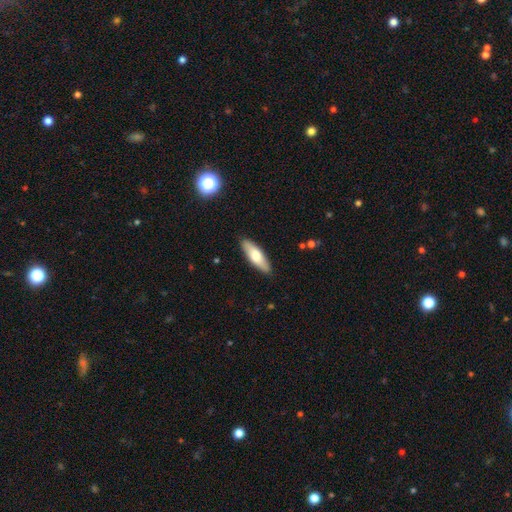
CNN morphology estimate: smooth 67%, featured or disk 27%, star or artifact 5%. Down the decision tree: how rounded — in between (53%); merging — none (89%).